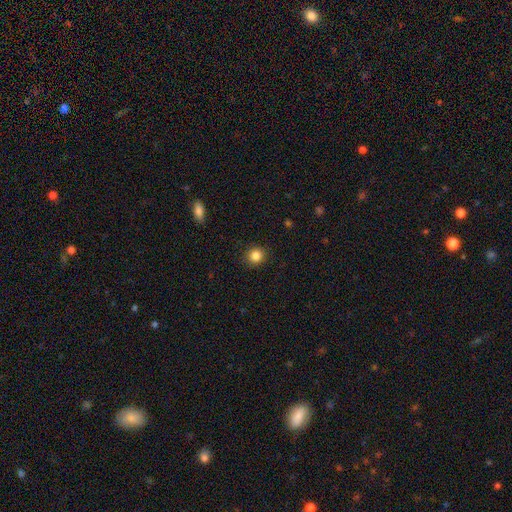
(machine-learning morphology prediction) Smooth or featured: smooth — 84% (star or artifact — 11%)
How rounded: round — 89% (in between — 10%)
Merging: none — 91% (minor disturbance — 6%)